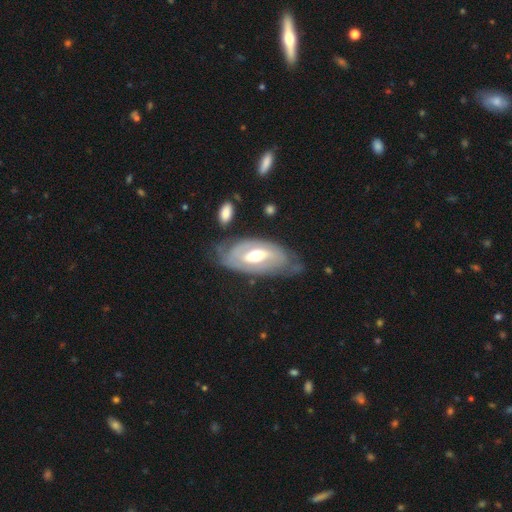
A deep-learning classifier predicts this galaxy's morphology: A featured or disk galaxy (76%) with a weak bar (39%), spiral arms (72%) and a moderate central bulge (70%). Merging: none (61%).